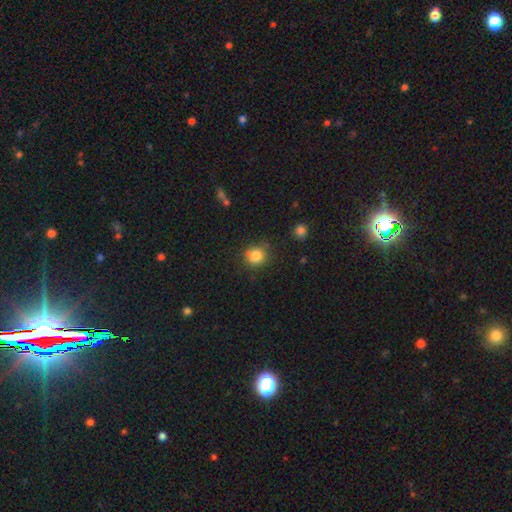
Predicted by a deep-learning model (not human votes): smooth-or-featured: smooth: 83% | star or artifact: 11% | featured or disk: 5%
  how-rounded: round: 87% | in between: 12% | cigar-shaped: 1%
  merging: none: 79% | minor disturbance: 14% | major disturbance: 4% | merger: 3%